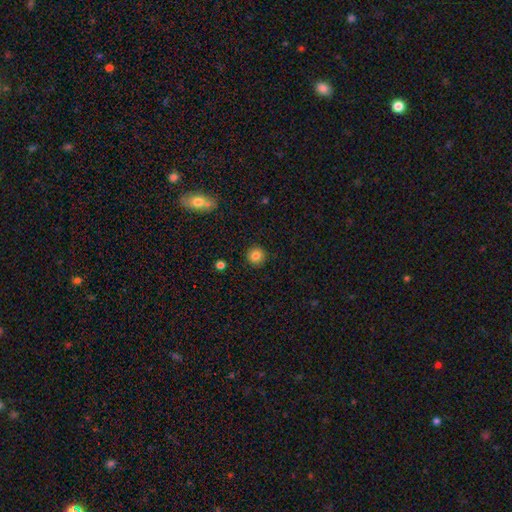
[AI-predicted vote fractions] Smooth or featured? Predicted: smooth (p=0.84). How rounded? Predicted: round (p=0.94). Merging? Predicted: none (p=0.92).